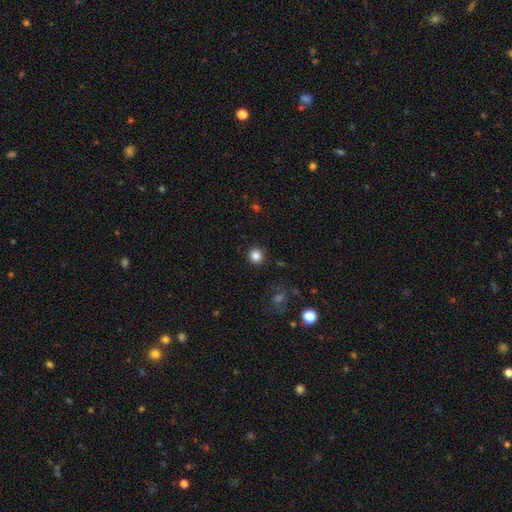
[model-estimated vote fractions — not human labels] Morphology: type=smooth (84%); roundness=round (91%); merging=none (90%).